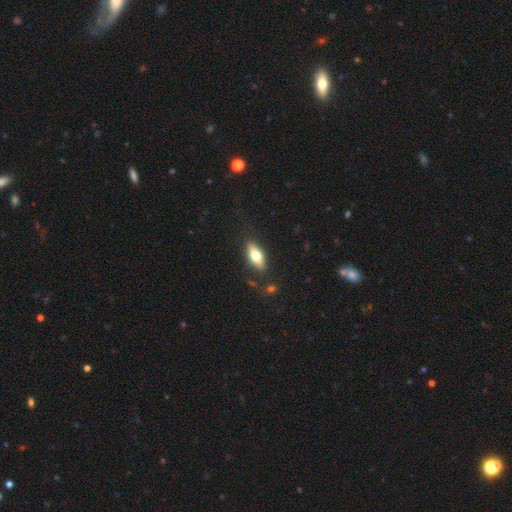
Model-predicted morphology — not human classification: type=smooth (67%); roundness=in between (75%); merging=none (81%).